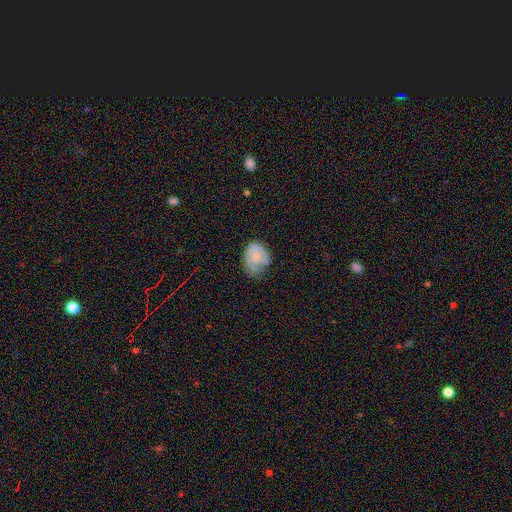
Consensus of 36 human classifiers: smooth 72%, featured or disk 25%, star or artifact 3%. Down the decision tree: how rounded — round (62%); merging — none (51%).